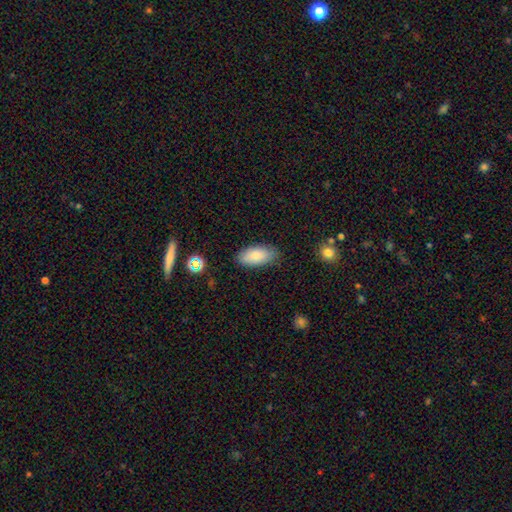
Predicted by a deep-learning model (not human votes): A smooth galaxy with no disk features (82%) that is in between round and cigar-shaped (92%). Merging: none (81%).